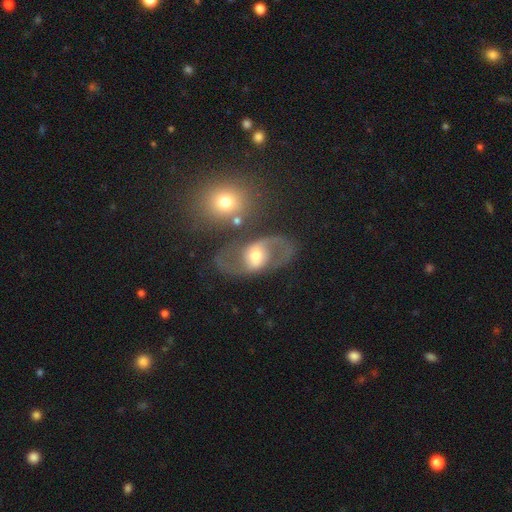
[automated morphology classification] A featured or disk galaxy (76%) with no bar (43%), 2 (89%) medium (48%) spiral arms (79%) and a moderate central bulge (64%). Merging: none (62%).